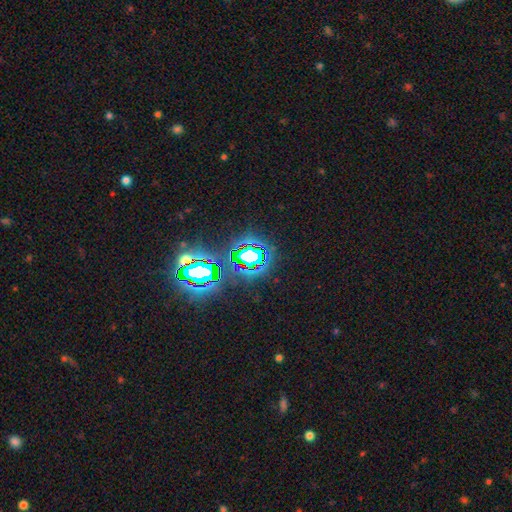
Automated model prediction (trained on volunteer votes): Smooth or featured?
  - star or artifact: 82% *
  - smooth: 11%
  - featured or disk: 7%